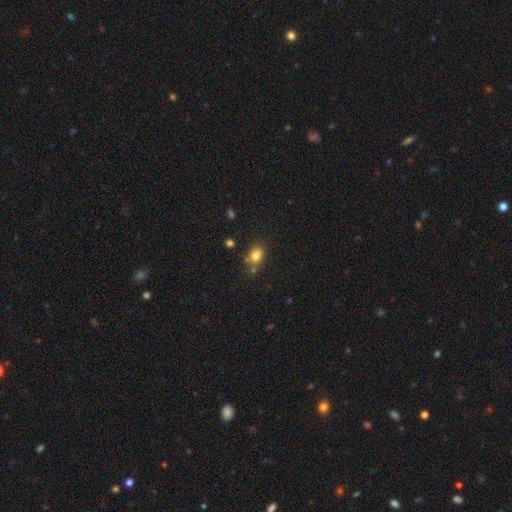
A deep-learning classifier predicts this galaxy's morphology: Overall: smooth (78%). How rounded: in between (60%; round 38%). Merging: none (65%).